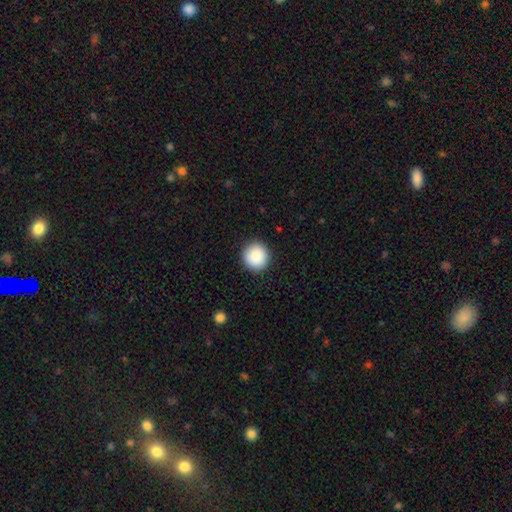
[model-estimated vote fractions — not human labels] Overall: smooth (89%). How rounded: round (95%). Merging: none (92%).